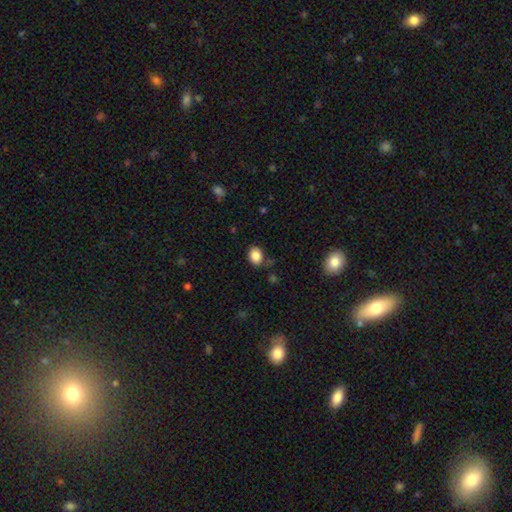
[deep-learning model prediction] Smooth or featured? Predicted: smooth (p=0.86). How rounded? Predicted: in between (p=0.56). Merging? Predicted: none (p=0.76).